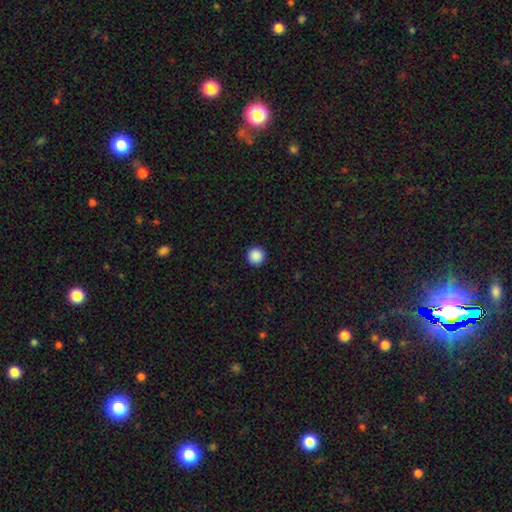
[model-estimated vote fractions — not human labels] A smooth galaxy with no disk features (89%) that is round (97%).

Vote fractions:
- Smooth or featured? smooth: 89% / star or artifact: 9% / featured or disk: 2%
- How rounded? round: 97% / in between: 2% / cigar-shaped: 1%
- Merging? none: 94% / minor disturbance: 4% / major disturbance: 1% / merger: 1%